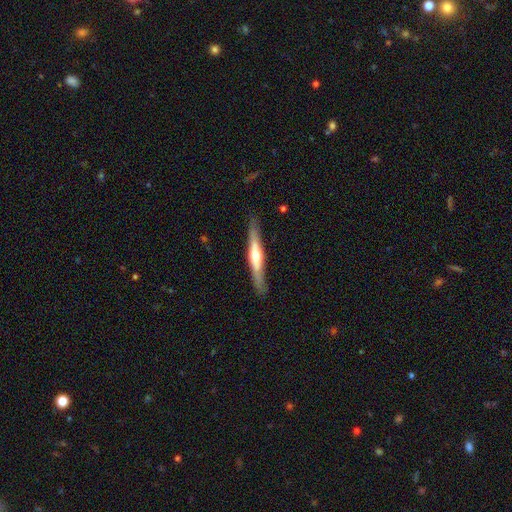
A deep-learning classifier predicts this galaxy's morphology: A featured or disk galaxy (61%) viewed edge-on (94%) with a rounded central bulge (84%).

Vote fractions:
- Smooth or featured? featured or disk: 61% / smooth: 34% / star or artifact: 5%
- Edge-on disk? yes: 94% / no: 6%
- Edge-on bulge? rounded: 84% / none: 10% / boxy: 6%
- Merging? none: 87% / minor disturbance: 10% / major disturbance: 2% / merger: 1%